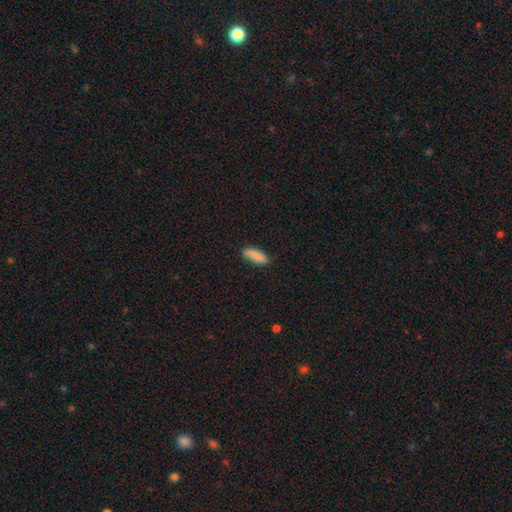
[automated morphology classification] A smooth galaxy with no disk features (88%) that is in between round and cigar-shaped (59%).

Vote fractions:
- Smooth or featured? smooth: 88% / star or artifact: 6% / featured or disk: 6%
- How rounded? in between: 59% / cigar-shaped: 40% / round: 2%
- Merging? none: 83% / minor disturbance: 13% / major disturbance: 2% / merger: 1%